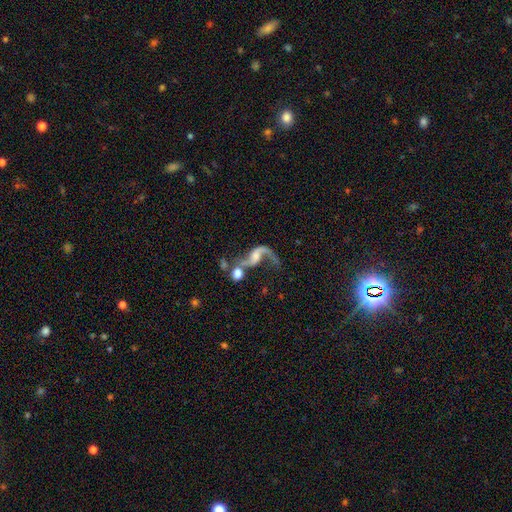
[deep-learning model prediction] smooth_or_featured: featured or disk (p=0.81) [alt: smooth p=0.12]
disk_edge_on: no (p=0.96) [alt: yes p=0.04]
bar: no (p=0.52) [alt: weak p=0.36]
has_spiral_arms: yes (p=0.92) [alt: no p=0.08]
spiral_winding: loose (p=0.89) [alt: medium p=0.09]
spiral_arm_count: 2 (p=0.77) [alt: 1 p=0.19]
bulge_size: small (p=0.39) [alt: moderate p=0.34]
merging: merger (p=0.37) [alt: none p=0.31]